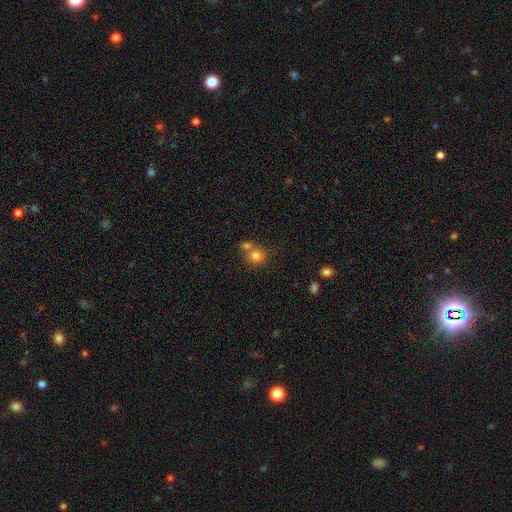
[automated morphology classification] This appears to be a smooth galaxy with no disk features (78%) that is round (73%). Merging: merger (46%).